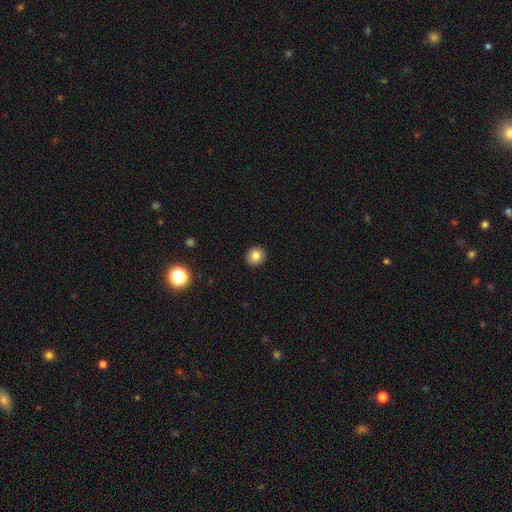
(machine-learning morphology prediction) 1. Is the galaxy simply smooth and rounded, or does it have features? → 80% smooth, 10% star or artifact, 9% featured or disk.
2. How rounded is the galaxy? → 86% round, 13% in between, 1% cigar-shaped.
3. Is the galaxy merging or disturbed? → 92% none, 6% minor disturbance, 2% major disturbance, 1% merger.